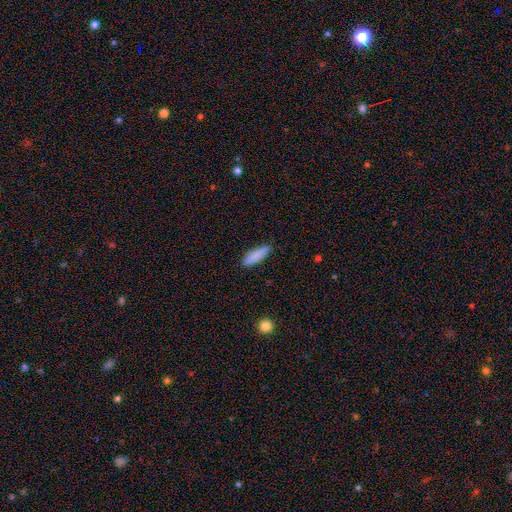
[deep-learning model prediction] Q: Smooth or featured?
A: smooth (86%); runner-up: featured or disk (8%)
Q: How rounded?
A: cigar-shaped (60%); runner-up: in between (38%)
Q: Merging?
A: none (86%); runner-up: minor disturbance (11%)